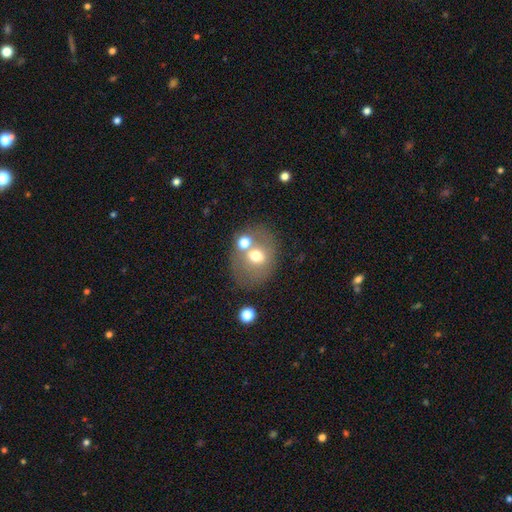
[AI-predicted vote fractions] smooth_or_featured: smooth (p=0.58) [alt: featured or disk p=0.30]
how_rounded: round (p=0.54) [alt: in between p=0.45]
merging: none (p=0.55) [alt: merger p=0.25]